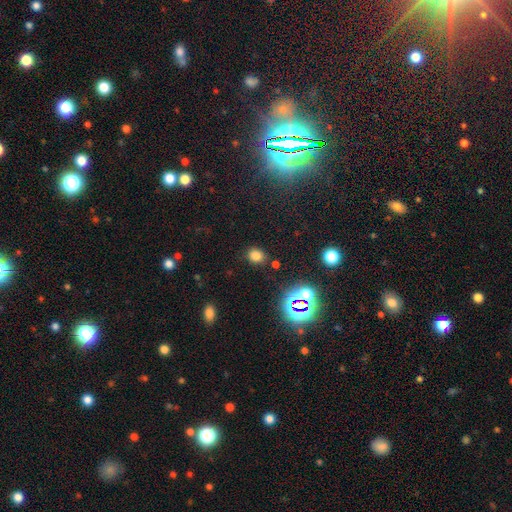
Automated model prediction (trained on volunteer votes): Smooth or featured? smooth (73%)
How rounded? round (59%)
Merging? none (82%)